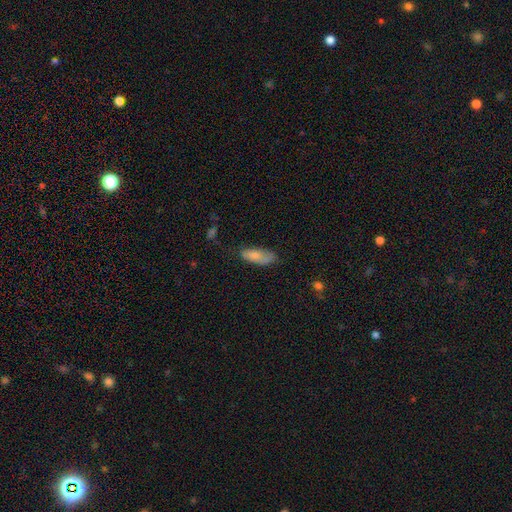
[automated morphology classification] A smooth galaxy with no disk features (76%) that is in between round and cigar-shaped (75%).

Vote fractions:
- Smooth or featured? smooth: 76% / featured or disk: 16% / star or artifact: 7%
- How rounded? in between: 75% / cigar-shaped: 22% / round: 2%
- Merging? none: 52% / minor disturbance: 32% / major disturbance: 13% / merger: 3%